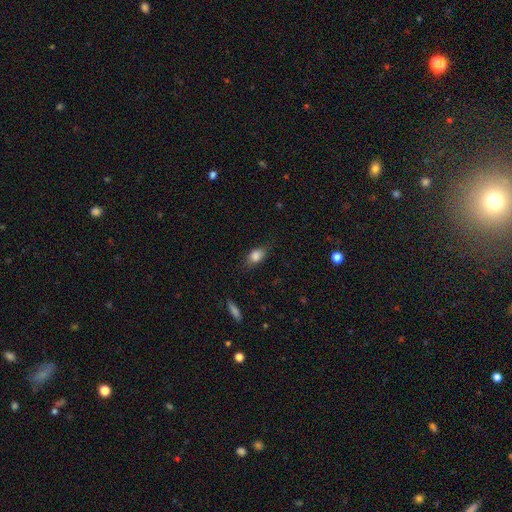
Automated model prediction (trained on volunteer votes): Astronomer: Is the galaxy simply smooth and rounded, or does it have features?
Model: smooth — 82%.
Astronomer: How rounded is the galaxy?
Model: in between — 81%.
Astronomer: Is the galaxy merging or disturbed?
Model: none — 71%.